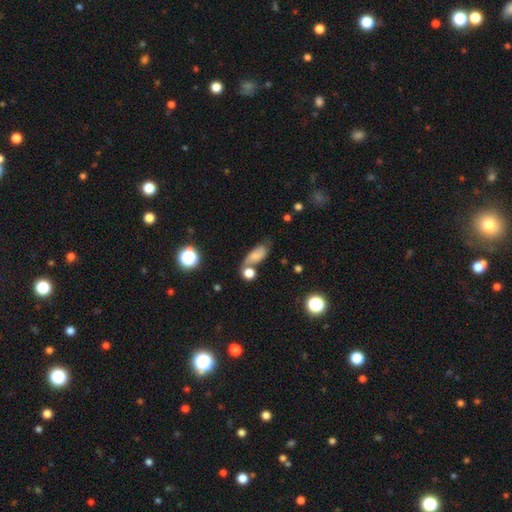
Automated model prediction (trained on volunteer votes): This appears to be a smooth galaxy with no disk features (65%) that is in between round and cigar-shaped (79%). Merging: none (41%).